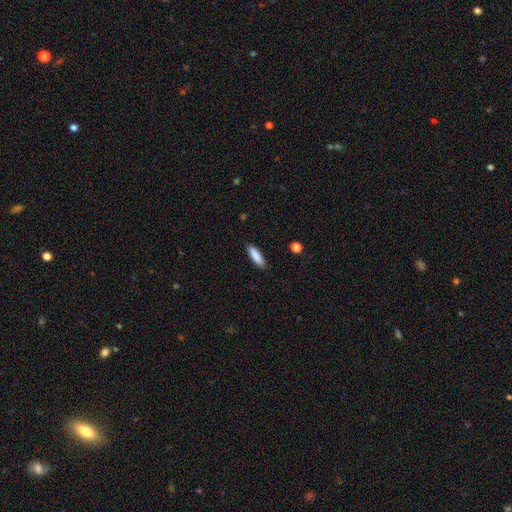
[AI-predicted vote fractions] Overall: smooth (87%). How rounded: cigar-shaped (59%; in between 40%). Merging: none (89%).